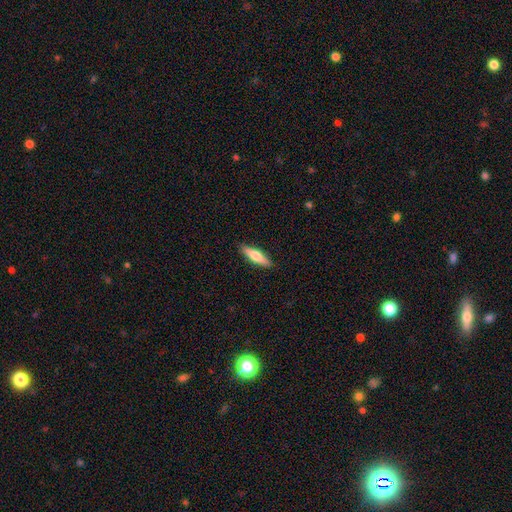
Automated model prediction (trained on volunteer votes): Q: Smooth or featured?
A: smooth (57%); runner-up: featured or disk (38%)
Q: How rounded?
A: cigar-shaped (68%); runner-up: in between (30%)
Q: Merging?
A: none (90%); runner-up: minor disturbance (7%)